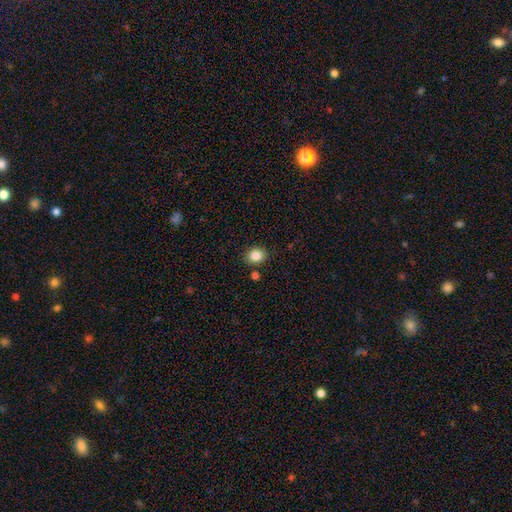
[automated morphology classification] Smooth or featured? Predicted: smooth (p=0.85). How rounded? Predicted: round (p=0.60). Merging? Predicted: none (p=0.84).